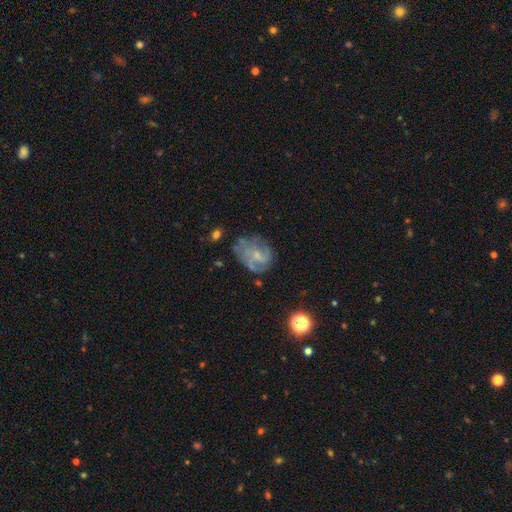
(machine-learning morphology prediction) Overall: featured or disk (70%). Edge-on disk: no (98%). Bar: no (56%; weak 38%). Spiral arms: yes (81%). Spiral arm count: can't tell (35%; 2 27%). Spiral winding: medium (43%; tight 34%). Bulge size: small (55%; none 21%). Merging: none (57%; minor disturbance 23%).